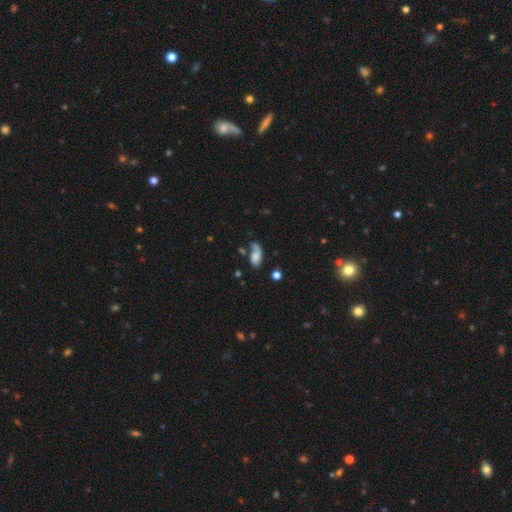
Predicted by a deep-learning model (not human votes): The model was most divided on "merging": none: 42%, minor disturbance: 25%, major disturbance: 18%, merger: 14%. More confident: how rounded — in between (87%); smooth or featured — smooth (65%).